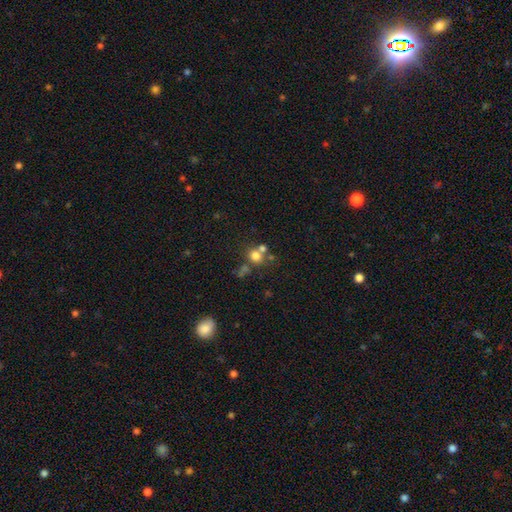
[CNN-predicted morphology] Overall: smooth (72%). How rounded: round (80%). Merging: none (50%; merger 36%).